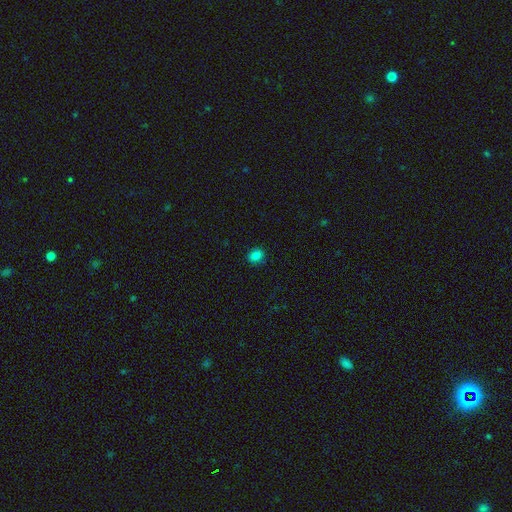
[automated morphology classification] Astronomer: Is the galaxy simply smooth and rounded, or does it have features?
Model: smooth — 83%.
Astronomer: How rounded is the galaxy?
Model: in between — 51% (runner-up: round, 48%).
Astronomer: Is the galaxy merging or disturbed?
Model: none — 88%.